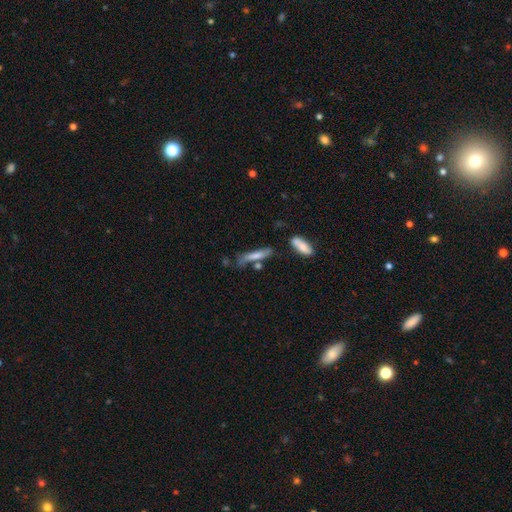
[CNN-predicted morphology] Smooth or featured: smooth — 66% (featured or disk — 26%)
How rounded: cigar-shaped — 84% (in between — 14%)
Merging: none — 55% (minor disturbance — 22%)